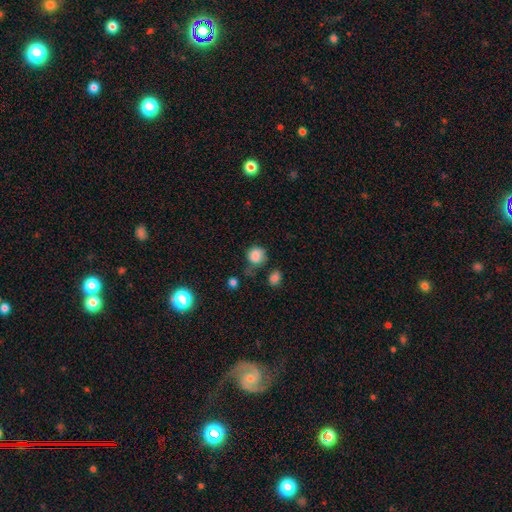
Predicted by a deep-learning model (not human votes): smooth_or_featured: smooth (p=0.84) [alt: star or artifact p=0.11]
how_rounded: round (p=0.81) [alt: in between p=0.18]
merging: none (p=0.54) [alt: minor disturbance p=0.27]